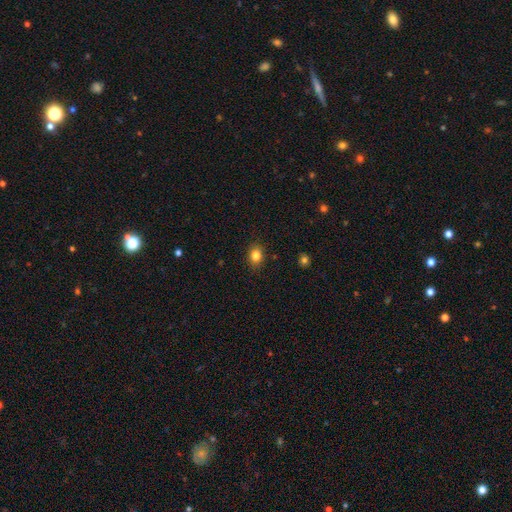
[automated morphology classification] Smooth or featured: smooth — 83% (star or artifact — 11%)
How rounded: in between — 54% (round — 45%)
Merging: none — 87% (minor disturbance — 9%)